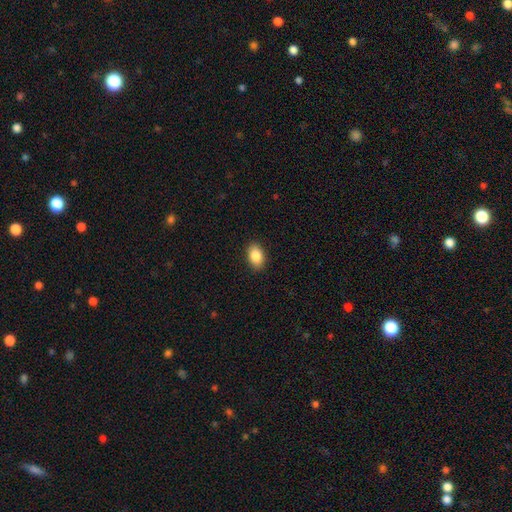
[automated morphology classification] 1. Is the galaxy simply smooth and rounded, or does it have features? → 87% smooth, 8% star or artifact, 6% featured or disk.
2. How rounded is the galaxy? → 89% in between, 10% round, 1% cigar-shaped.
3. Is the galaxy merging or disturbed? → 90% none, 8% minor disturbance, 2% major disturbance, 1% merger.